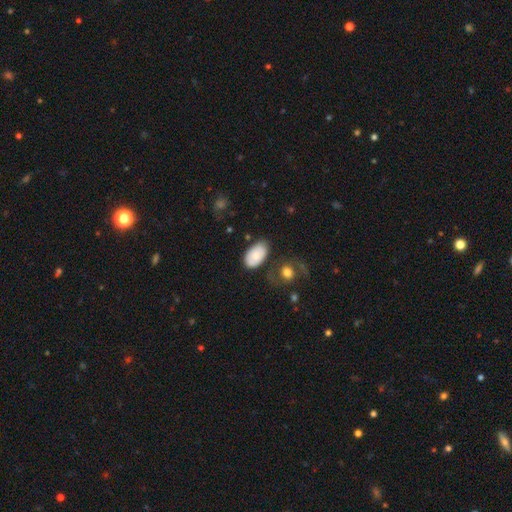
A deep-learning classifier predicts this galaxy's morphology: smooth-or-featured: smooth: 75% | featured or disk: 19% | star or artifact: 6%
  how-rounded: in between: 94% | round: 5% | cigar-shaped: 1%
  merging: none: 65% | minor disturbance: 22% | major disturbance: 7% | merger: 6%